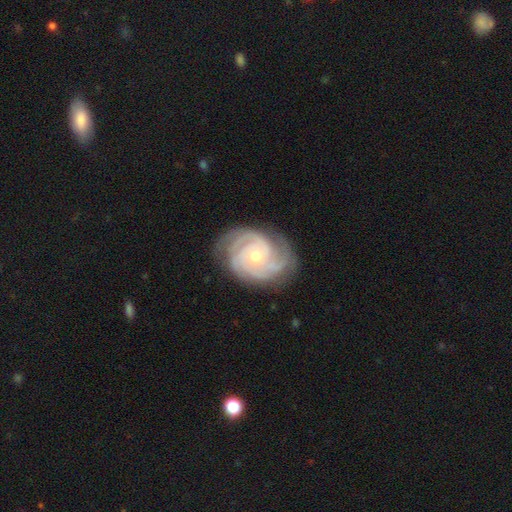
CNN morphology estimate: The model was most divided on "bulge size": small: 53%, moderate: 44%, large: 1%, none: 1%, dominant: 1%. Remaining: spiral arms — yes (98%); edge-on disk — no (98%); smooth or featured — featured or disk (91%); merging — none (79%); spiral winding — tight (75%); bar — no (75%); spiral arm count — 3 (44%).